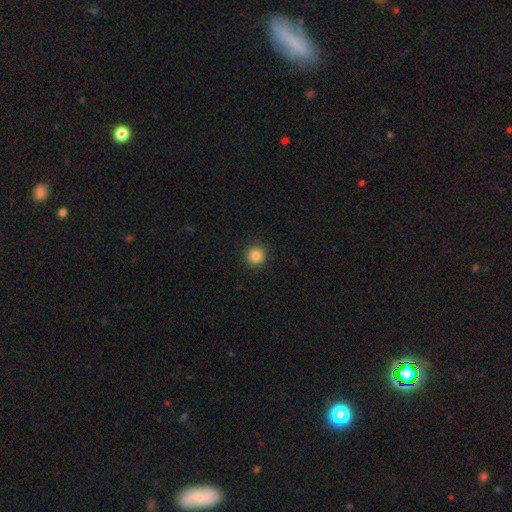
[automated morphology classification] Smooth or featured? smooth (84%)
How rounded? round (95%)
Merging? none (93%)